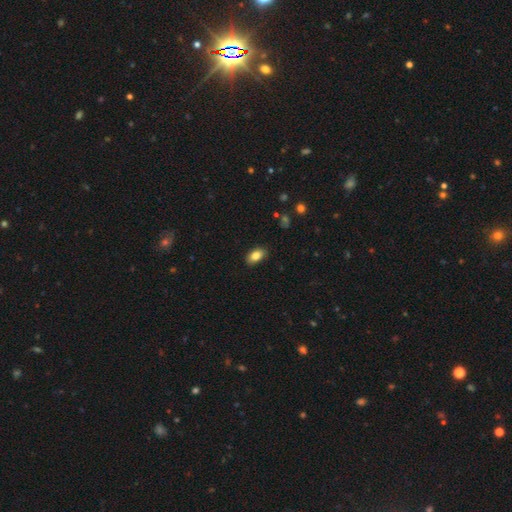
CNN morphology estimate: smooth 84%, featured or disk 8%, star or artifact 8%. Down the decision tree: how rounded — in between (90%); merging — none (86%).